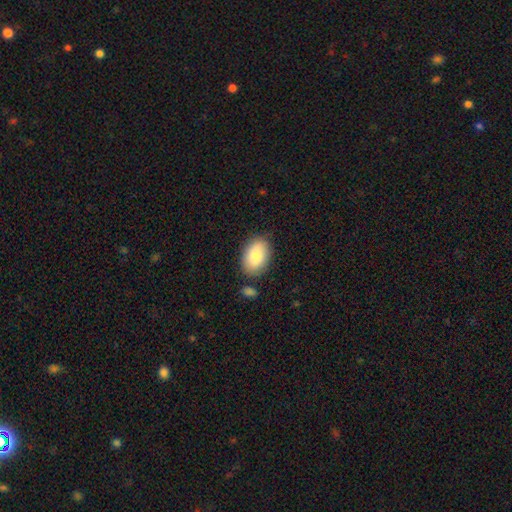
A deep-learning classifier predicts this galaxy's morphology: Smooth or featured? smooth (84%)
How rounded? in between (89%)
Merging? none (79%)